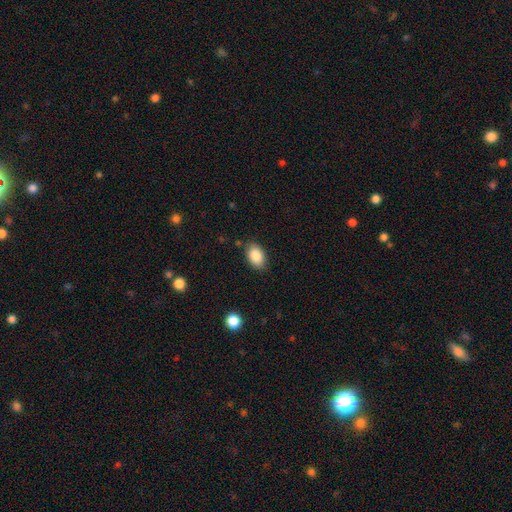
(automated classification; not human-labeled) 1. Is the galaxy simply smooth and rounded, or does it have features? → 87% smooth, 7% star or artifact, 6% featured or disk.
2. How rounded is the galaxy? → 88% in between, 11% round, 1% cigar-shaped.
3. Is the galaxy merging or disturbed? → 83% none, 13% minor disturbance, 3% major disturbance, 2% merger.